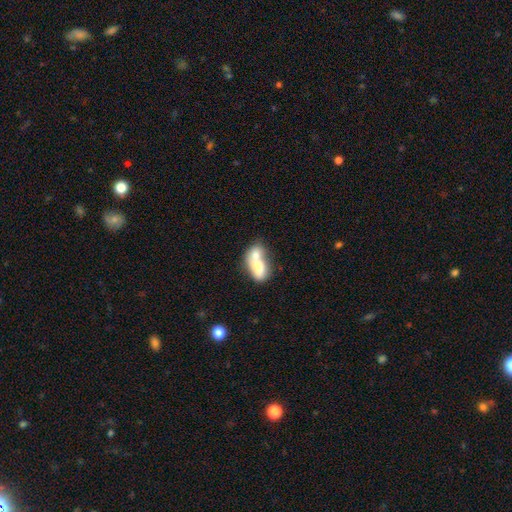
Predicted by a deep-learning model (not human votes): Smooth or featured? Predicted: smooth (p=0.68). How rounded? Predicted: in between (p=0.81). Merging? Predicted: merger (p=0.73).